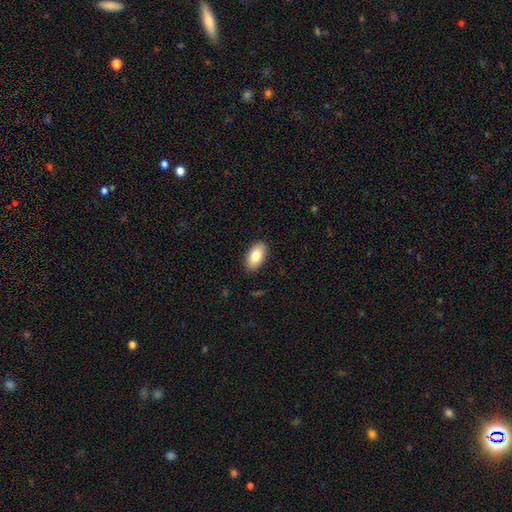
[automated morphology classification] smooth-or-featured: smooth: 82% | featured or disk: 12% | star or artifact: 7%
  how-rounded: in between: 93% | round: 4% | cigar-shaped: 3%
  merging: none: 88% | minor disturbance: 9% | major disturbance: 2% | merger: 1%